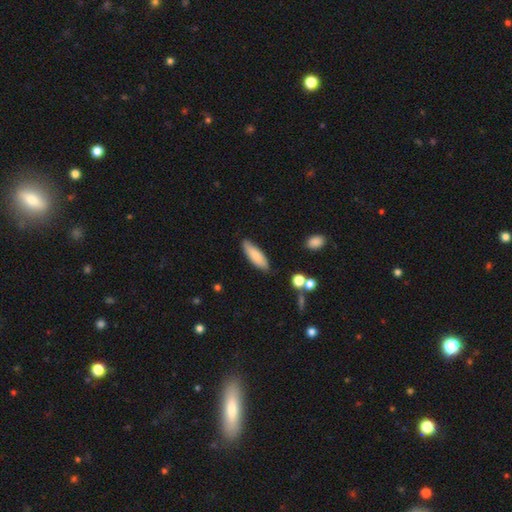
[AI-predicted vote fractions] Overall: smooth (82%). How rounded: cigar-shaped (52%; in between 46%). Merging: none (82%).